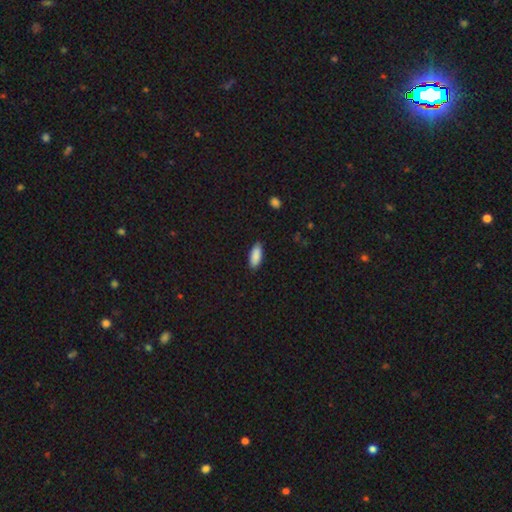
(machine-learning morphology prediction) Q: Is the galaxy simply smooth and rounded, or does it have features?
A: smooth — 89%.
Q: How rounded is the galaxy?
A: in between — 81%.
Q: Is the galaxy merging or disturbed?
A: none — 86%.